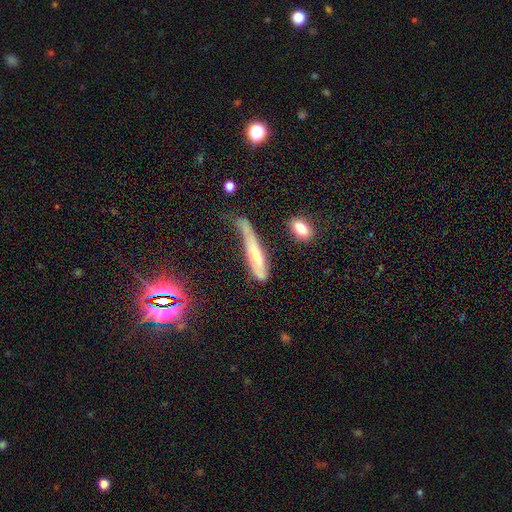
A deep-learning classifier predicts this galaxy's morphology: Smooth or featured? Predicted: smooth (p=0.49). Merging? Predicted: major disturbance (p=0.34).